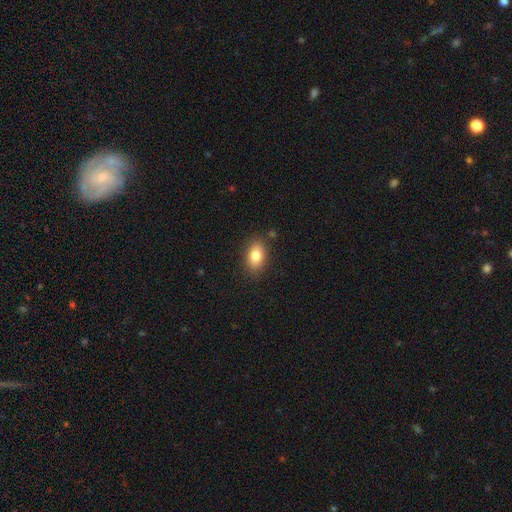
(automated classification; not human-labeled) Overall: smooth (83%). How rounded: in between (88%). Merging: none (85%).